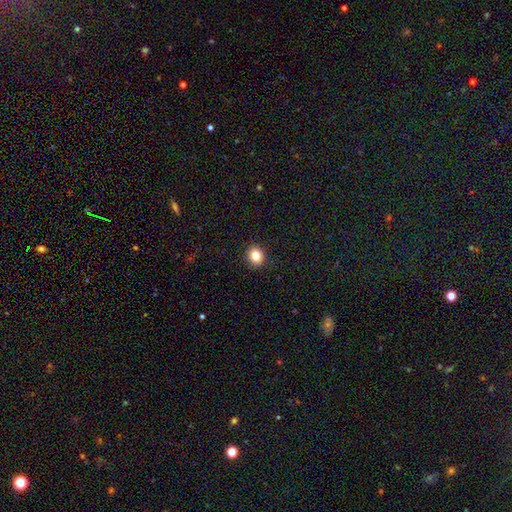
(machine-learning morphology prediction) This is clearly a smooth galaxy (84%). How rounded: likely round (73%). Merging: clearly none (92%).